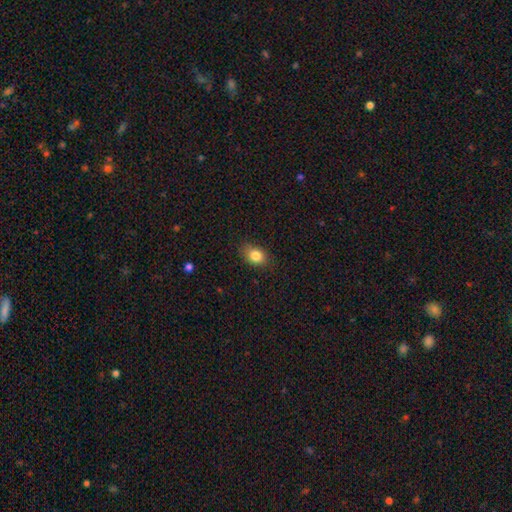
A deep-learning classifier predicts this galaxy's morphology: Smooth or featured?
  - smooth: 83% *
  - star or artifact: 9%
  - featured or disk: 7%
How rounded?
  - in between: 71% *
  - round: 28%
  - cigar-shaped: 1%
Merging?
  - none: 82% *
  - minor disturbance: 14%
  - major disturbance: 3%
  - merger: 1%